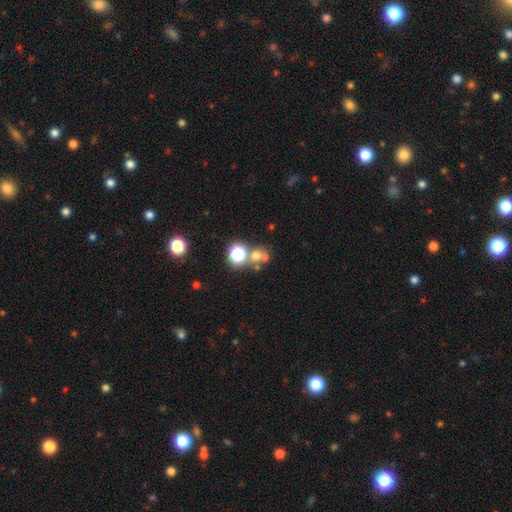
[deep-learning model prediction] This is possibly a smooth galaxy (57%). How rounded: clearly round (83%). Merging: possibly none (52%).